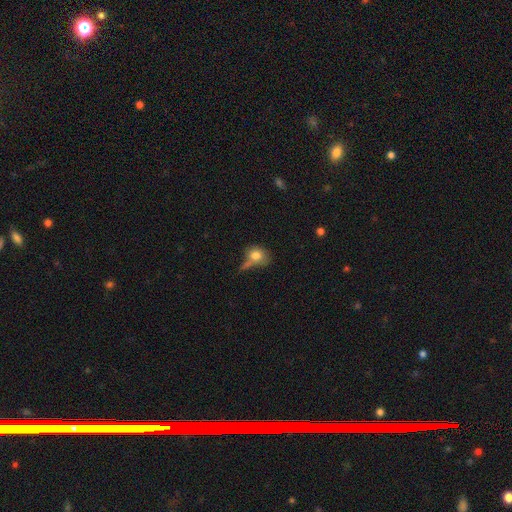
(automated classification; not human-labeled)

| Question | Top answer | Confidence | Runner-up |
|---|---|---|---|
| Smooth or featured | smooth | 76% | featured or disk (14%) |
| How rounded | round | 52% | in between (46%) |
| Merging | none | 37% | minor disturbance (23%) |